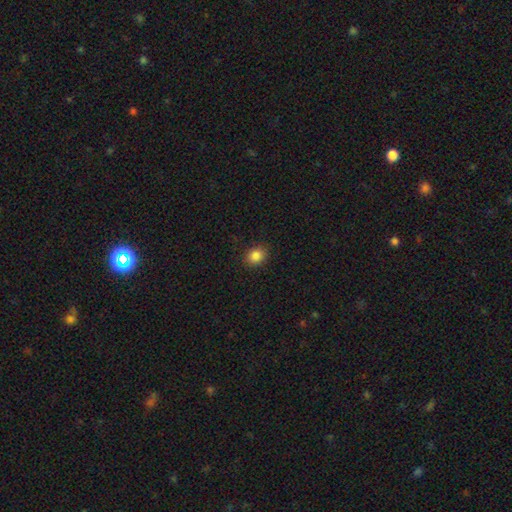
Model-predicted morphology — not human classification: Smooth or featured: smooth — 85% (star or artifact — 10%)
How rounded: round — 62% (in between — 37%)
Merging: none — 89% (minor disturbance — 8%)